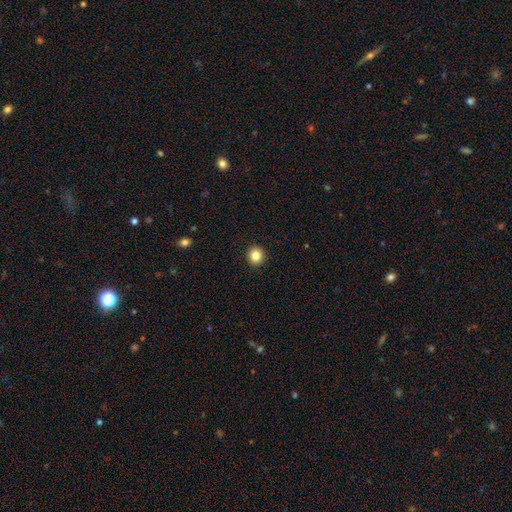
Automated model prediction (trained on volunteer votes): Smooth or featured? Predicted: smooth (p=0.84). How rounded? Predicted: round (p=0.91). Merging? Predicted: none (p=0.93).